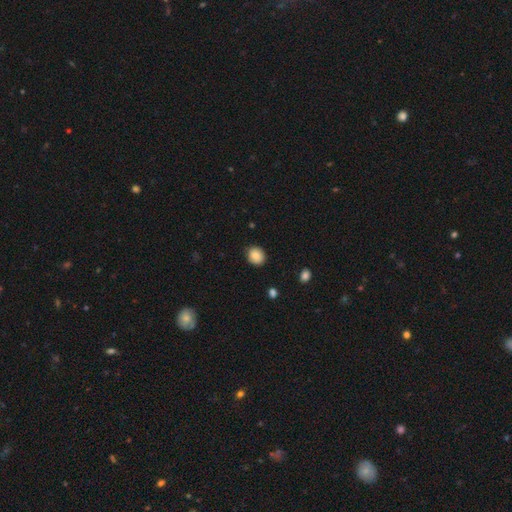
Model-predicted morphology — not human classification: A smooth galaxy with no disk features (86%) that is round (79%).

Vote fractions:
- Smooth or featured? smooth: 86% / star or artifact: 9% / featured or disk: 5%
- How rounded? round: 79% / in between: 20% / cigar-shaped: 1%
- Merging? none: 88% / minor disturbance: 9% / major disturbance: 2% / merger: 1%